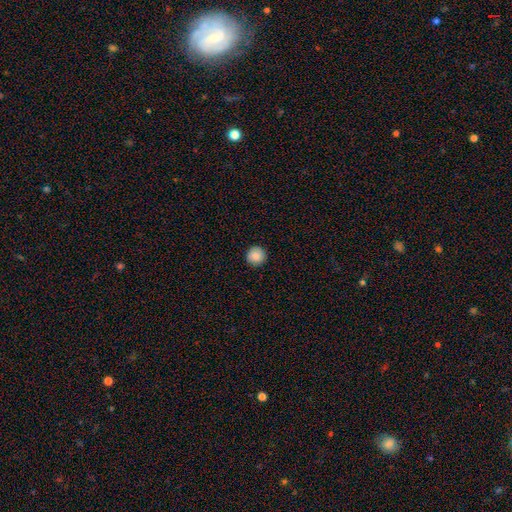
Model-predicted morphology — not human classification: A smooth galaxy with no disk features (88%) that is round (95%). Merging: none (92%).